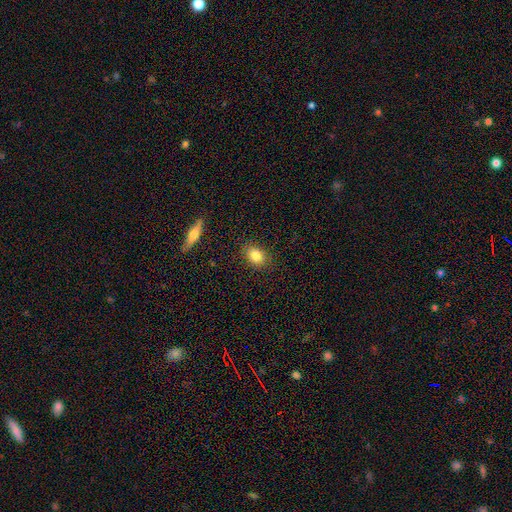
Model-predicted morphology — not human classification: This appears to be a smooth galaxy with no disk features (83%) that is in between round and cigar-shaped (69%). Merging: none (87%).